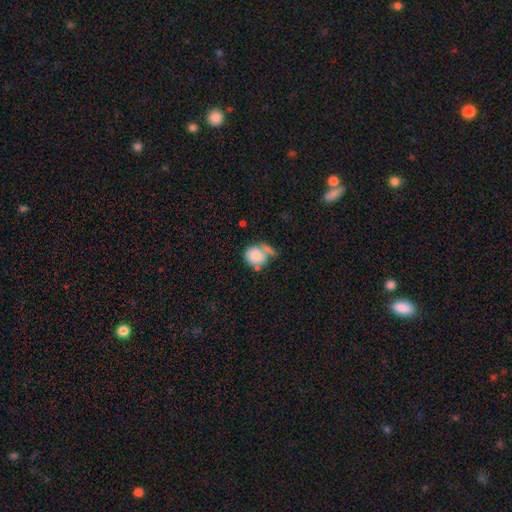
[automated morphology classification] Smooth or featured? Predicted: smooth (p=0.79). How rounded? Predicted: round (p=0.74). Merging? Predicted: none (p=0.37).